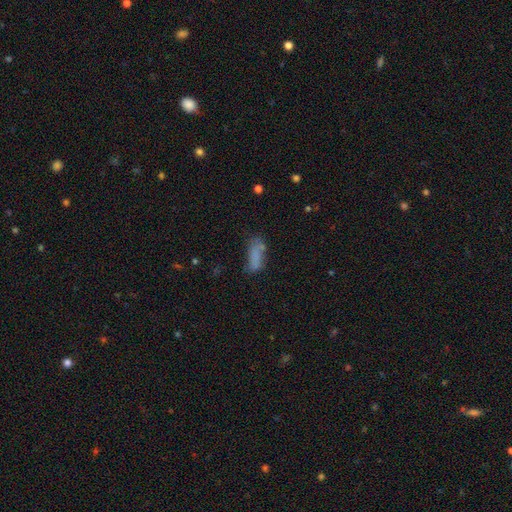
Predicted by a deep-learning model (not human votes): Q: Smooth or featured?
A: smooth (71%); runner-up: featured or disk (17%)
Q: How rounded?
A: in between (66%); runner-up: cigar-shaped (31%)
Q: Merging?
A: none (47%); runner-up: minor disturbance (27%)